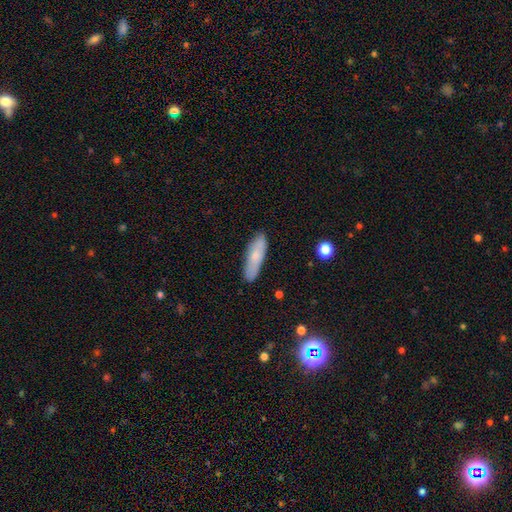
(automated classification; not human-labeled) Morphology: type=smooth (71%); roundness=cigar-shaped (57%); merging=none (84%).